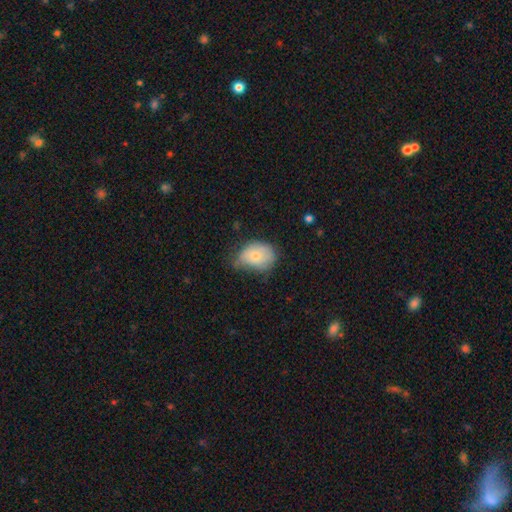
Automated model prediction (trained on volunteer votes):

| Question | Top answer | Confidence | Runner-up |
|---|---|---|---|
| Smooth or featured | smooth | 71% | featured or disk (21%) |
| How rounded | in between | 67% | round (32%) |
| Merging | minor disturbance | 47% | none (33%) |